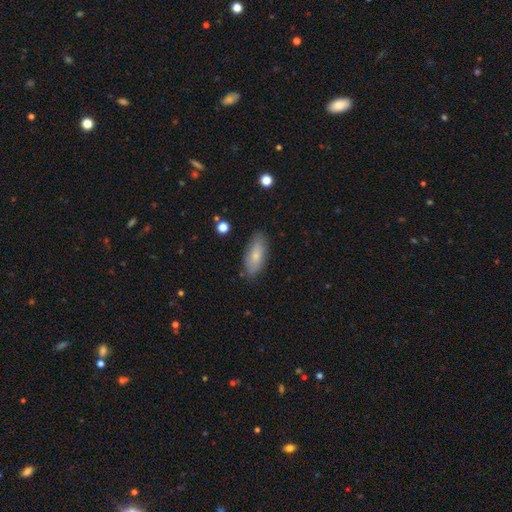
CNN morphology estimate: A smooth galaxy with no disk features (73%) that is in between round and cigar-shaped (82%). Merging: none (83%).